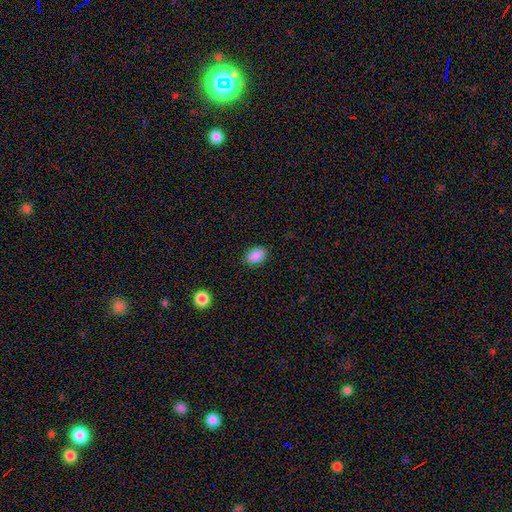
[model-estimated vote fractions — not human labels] This is clearly a smooth galaxy (89%). How rounded: clearly in between (84%). Merging: clearly none (87%).